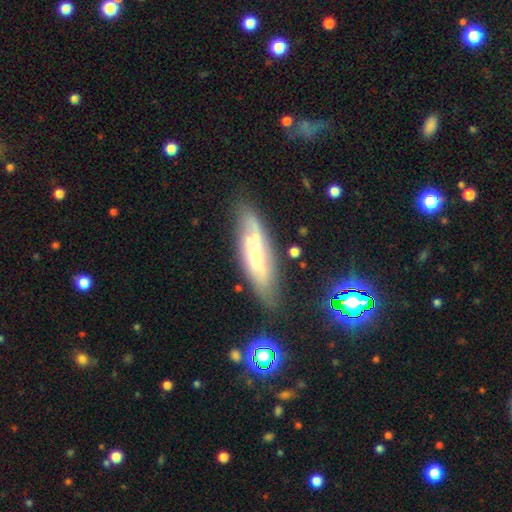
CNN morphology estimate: Smooth or featured? Predicted: featured or disk (p=0.59). Edge-on disk? Predicted: no (p=0.69). Merging? Predicted: none (p=0.68).